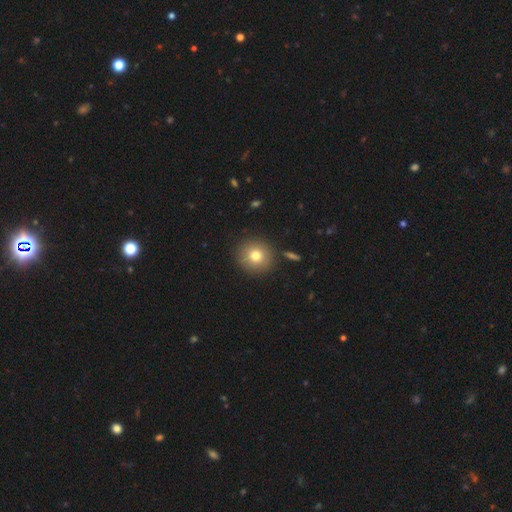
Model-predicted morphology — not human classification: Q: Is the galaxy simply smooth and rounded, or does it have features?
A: smooth — 77%.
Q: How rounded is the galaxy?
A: round — 91%.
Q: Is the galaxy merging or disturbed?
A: none — 88%.